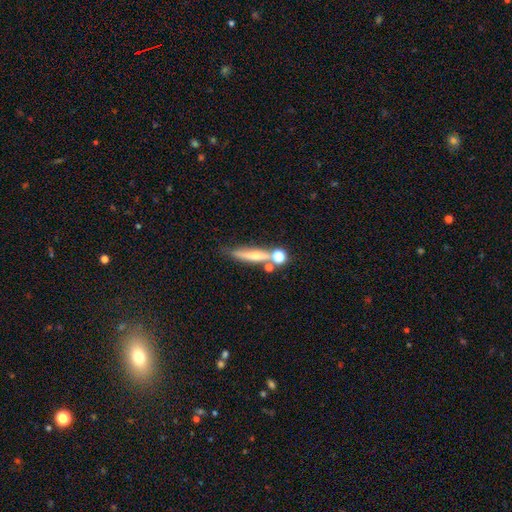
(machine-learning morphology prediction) smooth-or-featured: smooth: 47% | featured or disk: 41% | star or artifact: 11%
  merging: none: 59% | merger: 20% | minor disturbance: 15% | major disturbance: 7%